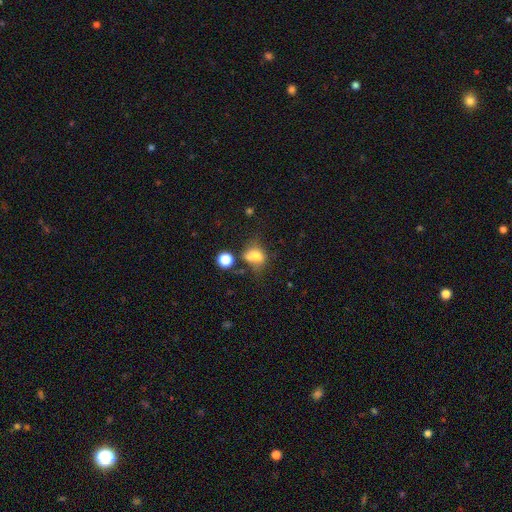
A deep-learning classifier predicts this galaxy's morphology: Smooth or featured? smooth (67%)
How rounded? in between (59%)
Merging? none (40%)